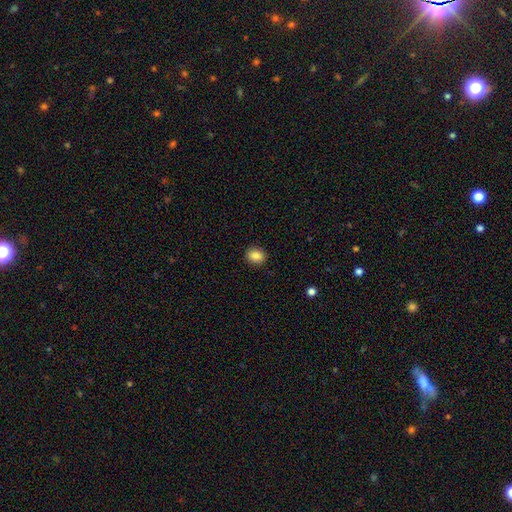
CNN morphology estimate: Overall: smooth (86%). How rounded: round (60%; in between 39%). Merging: none (90%).